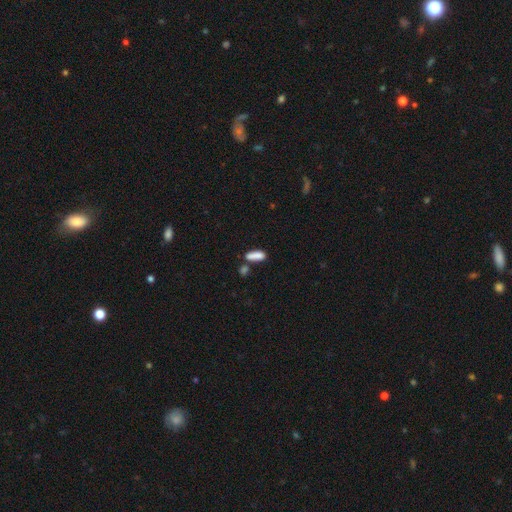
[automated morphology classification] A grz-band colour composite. It shows a smooth galaxy with no disk features (83%) that is in between round and cigar-shaped (60%). Merging: none (47%).